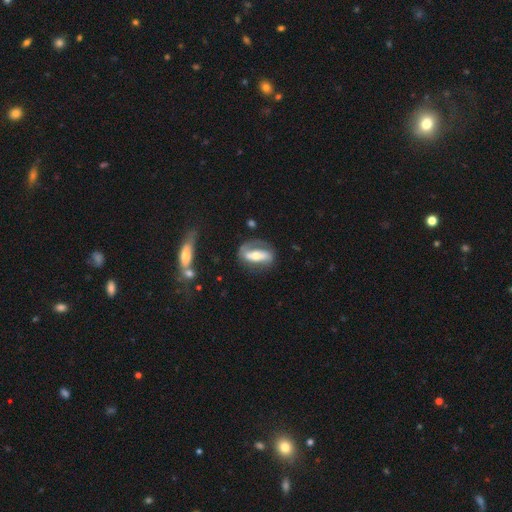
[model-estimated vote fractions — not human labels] Smooth or featured?
  - featured or disk: 64% *
  - smooth: 31%
  - star or artifact: 6%
Edge-on disk?
  - no: 81% *
  - yes: 19%
Bar?
  - strong: 52% *
  - no: 28%
  - weak: 19%
Spiral arms?
  - yes: 64% *
  - no: 36%
Bulge size?
  - moderate: 63% *
  - small: 26%
  - large: 8%
  - dominant: 2%
  - none: 1%
Merging?
  - none: 59% *
  - minor disturbance: 21%
  - major disturbance: 16%
  - merger: 3%